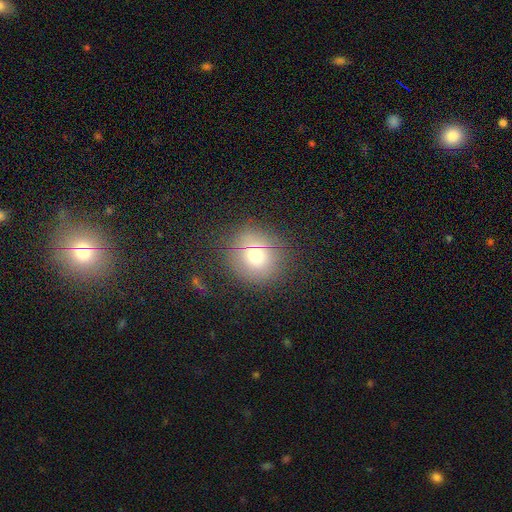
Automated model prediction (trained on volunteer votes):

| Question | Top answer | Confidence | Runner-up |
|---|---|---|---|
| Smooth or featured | smooth | 70% | star or artifact (17%) |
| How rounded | round | 89% | in between (10%) |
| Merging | none | 81% | minor disturbance (11%) |